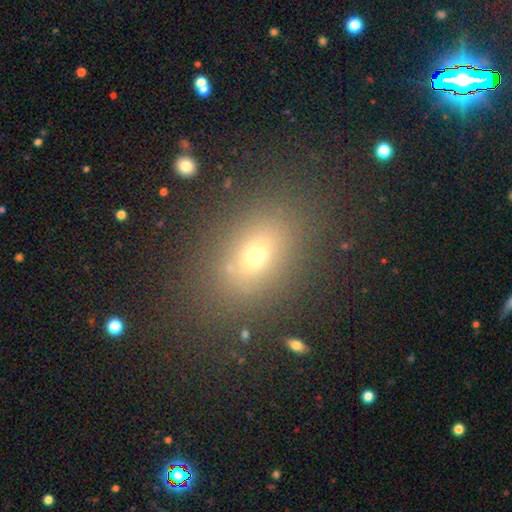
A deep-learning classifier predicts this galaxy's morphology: smooth_or_featured: smooth (p=0.63) [alt: star or artifact p=0.22]
how_rounded: in between (p=0.70) [alt: round p=0.26]
merging: none (p=0.83) [alt: minor disturbance p=0.10]